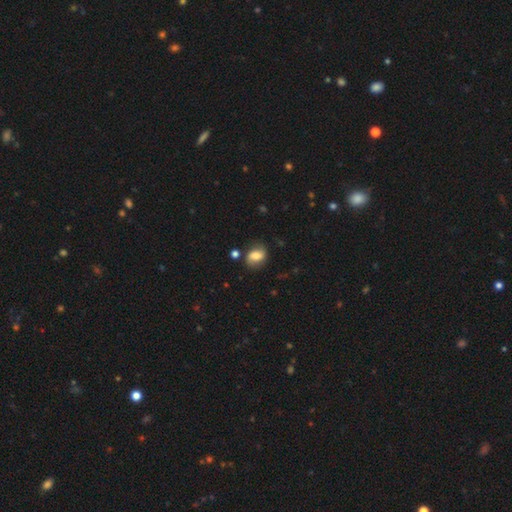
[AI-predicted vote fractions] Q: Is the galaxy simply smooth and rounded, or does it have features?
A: smooth — 66%.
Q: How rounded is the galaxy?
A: in between — 63%.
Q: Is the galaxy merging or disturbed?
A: none — 73%.